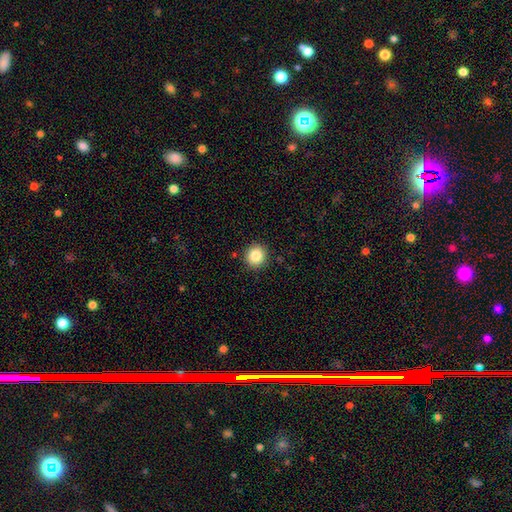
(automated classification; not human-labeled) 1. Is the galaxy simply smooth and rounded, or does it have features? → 85% smooth, 10% star or artifact, 5% featured or disk.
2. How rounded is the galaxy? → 91% round, 8% in between, 1% cigar-shaped.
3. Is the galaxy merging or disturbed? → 91% none, 6% minor disturbance, 2% major disturbance, 1% merger.